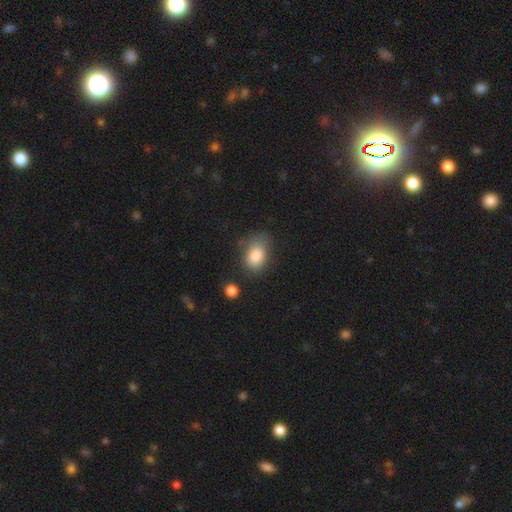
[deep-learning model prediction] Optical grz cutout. It shows a smooth galaxy with no disk features (83%) that is in between round and cigar-shaped (79%). Merging: none (63%).